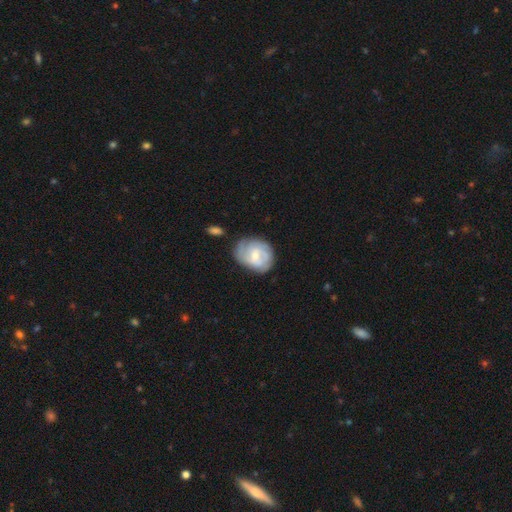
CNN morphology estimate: A featured or disk galaxy (66%) with no bar (47%), tight (56%) spiral arms (85%) and a small central bulge (52%).

Vote fractions:
- Smooth or featured? featured or disk: 66% / smooth: 28% / star or artifact: 6%
- Edge-on disk? no: 97% / yes: 3%
- Bar? no: 47% / weak: 46% / strong: 7%
- Spiral arms? yes: 85% / no: 15%
- Spiral winding? tight: 56% / medium: 33% / loose: 11%
- Spiral arm count? can't tell: 39% / 2: 32% / 3: 16% / 4: 5% / 1: 5% / more than 4: 3%
- Bulge size? small: 52% / moderate: 42% / none: 3% / large: 2% / dominant: 1%
- Merging? none: 66% / minor disturbance: 23% / major disturbance: 8% / merger: 3%